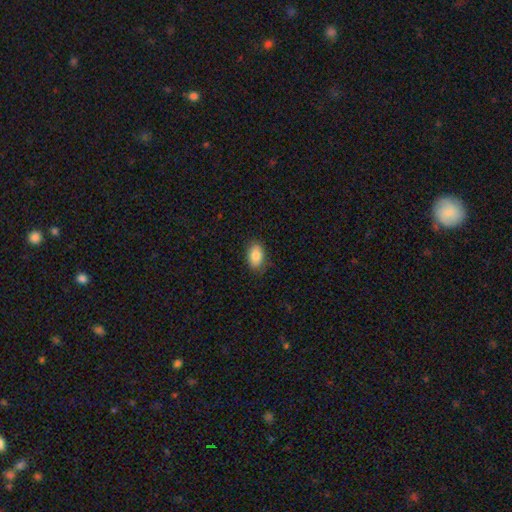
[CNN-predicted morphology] Overall: smooth (85%). How rounded: in between (88%). Merging: none (85%).